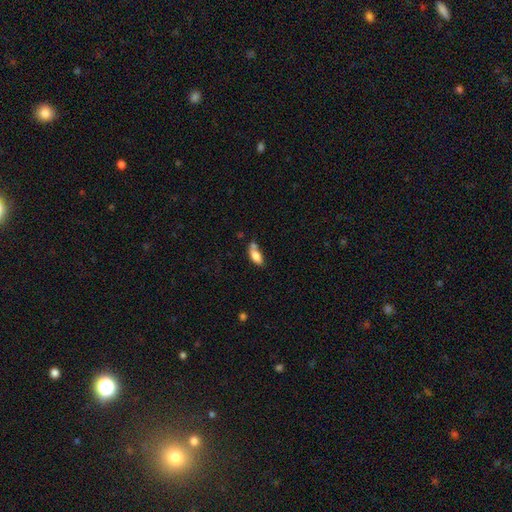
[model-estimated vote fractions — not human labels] smooth-or-featured: smooth: 77% | featured or disk: 15% | star or artifact: 8%
  how-rounded: in between: 84% | cigar-shaped: 12% | round: 3%
  merging: none: 39% | minor disturbance: 27% | merger: 24% | major disturbance: 11%